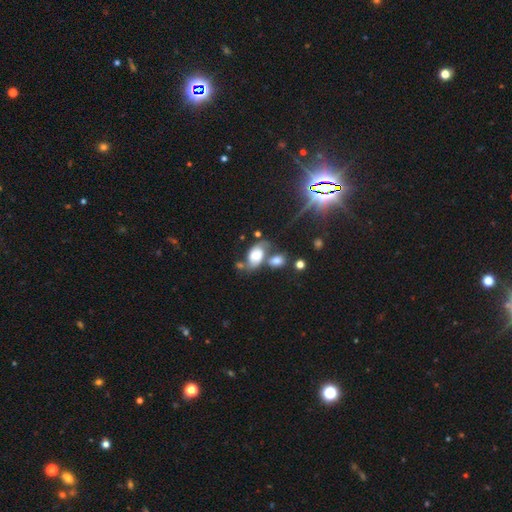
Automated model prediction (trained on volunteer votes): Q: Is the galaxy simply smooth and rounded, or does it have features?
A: smooth — 48%.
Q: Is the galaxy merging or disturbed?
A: none — 37%.